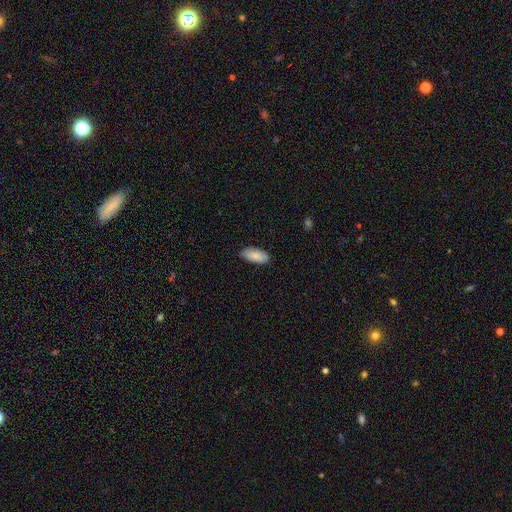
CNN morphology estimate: Smooth or featured? smooth (86%)
How rounded? in between (91%)
Merging? none (83%)